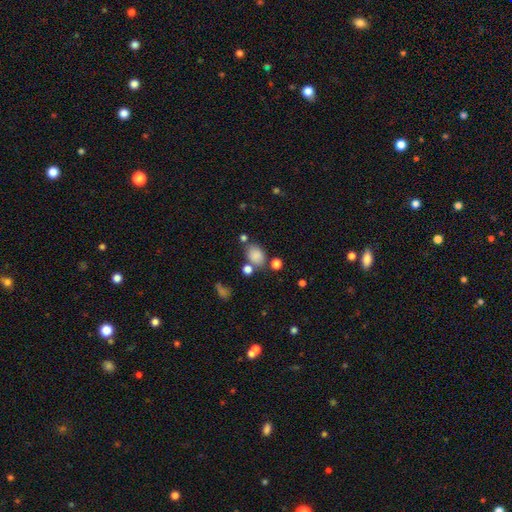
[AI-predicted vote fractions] Morphology: type=smooth (82%); roundness=in between (71%); merging=none (64%).